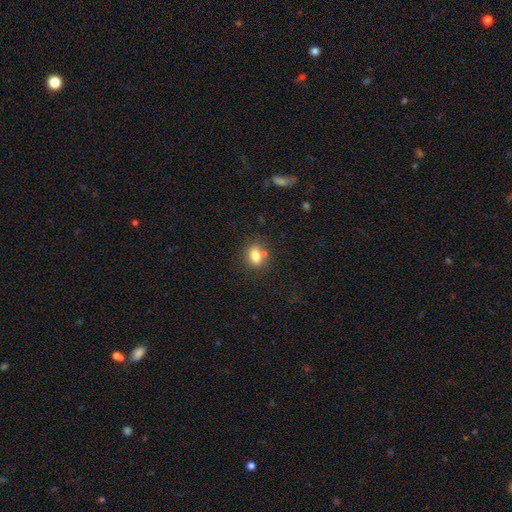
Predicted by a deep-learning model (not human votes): A smooth galaxy with no disk features (80%) that is in between round and cigar-shaped (67%).

Vote fractions:
- Smooth or featured? smooth: 80% / star or artifact: 11% / featured or disk: 9%
- How rounded? in between: 67% / round: 31% / cigar-shaped: 2%
- Merging? none: 65% / merger: 17% / minor disturbance: 14% / major disturbance: 4%